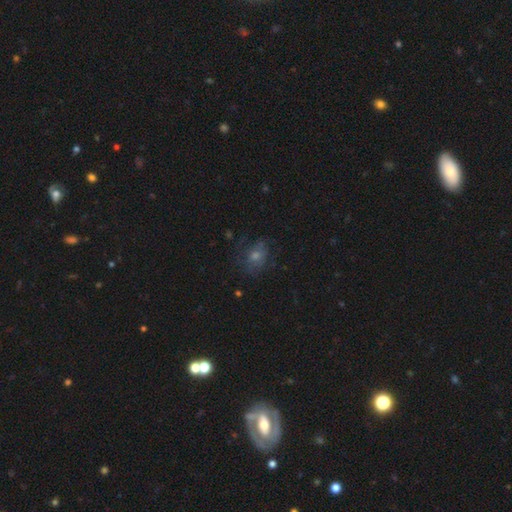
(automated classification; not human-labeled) Overall: smooth (47%; star or artifact 28%). Merging: none (71%).